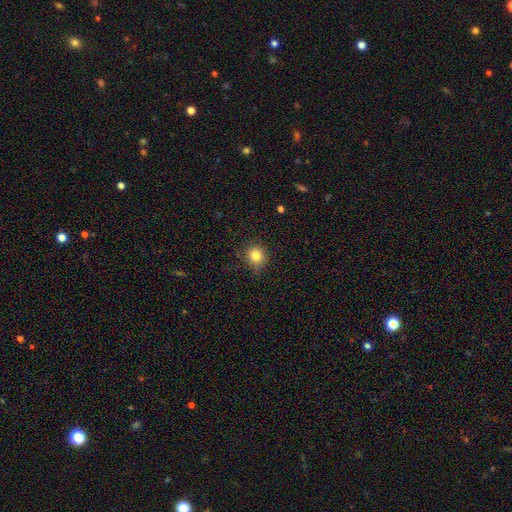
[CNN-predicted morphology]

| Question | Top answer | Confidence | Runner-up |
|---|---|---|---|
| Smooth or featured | smooth | 82% | star or artifact (12%) |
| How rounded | round | 89% | in between (10%) |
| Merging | none | 84% | minor disturbance (12%) |